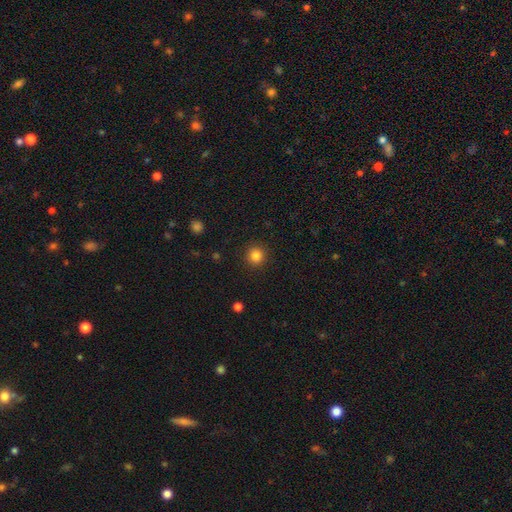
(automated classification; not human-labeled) Smooth or featured? smooth (84%)
How rounded? round (93%)
Merging? none (91%)